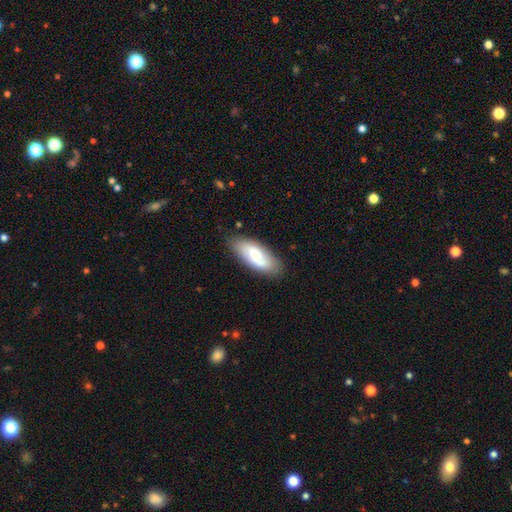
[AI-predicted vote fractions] Morphology: type=smooth (63%); roundness=in between (81%); merging=none (80%).